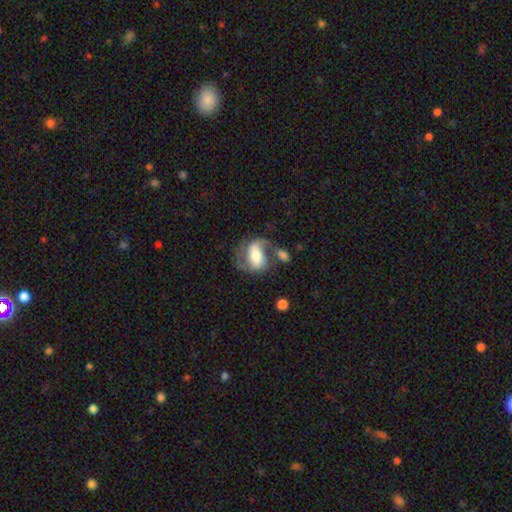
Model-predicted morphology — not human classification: type=featured or disk (71%); edge-on=no (96%); bar=strong (41%); spiral arms=yes (86%); winding=medium (47%); arm count=2 (83%); bulge=moderate (57%); merging=none (46%).